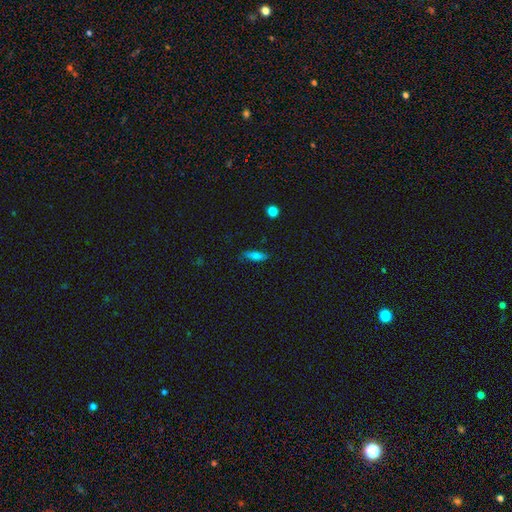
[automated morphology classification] type=smooth (72%); roundness=in between (49%); merging=none (80%).